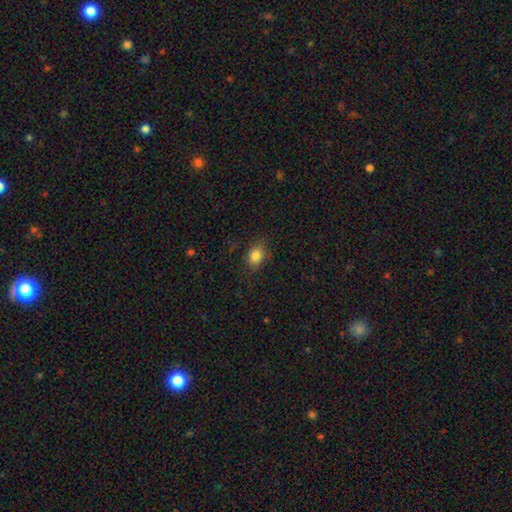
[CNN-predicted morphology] A smooth galaxy with no disk features (83%) that is in between round and cigar-shaped (67%).

Vote fractions:
- Smooth or featured? smooth: 83% / star or artifact: 10% / featured or disk: 7%
- How rounded? in between: 67% / round: 31% / cigar-shaped: 2%
- Merging? none: 78% / minor disturbance: 16% / major disturbance: 4% / merger: 1%